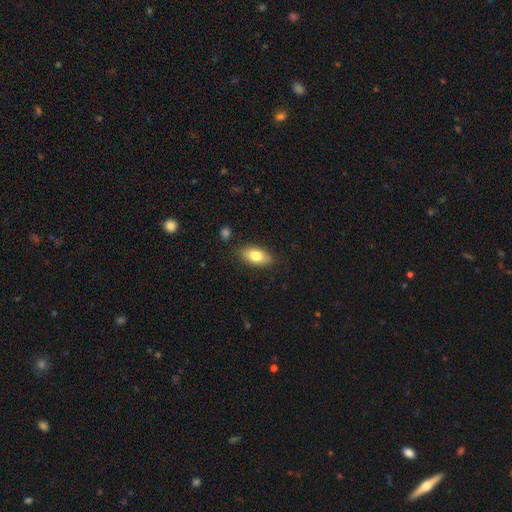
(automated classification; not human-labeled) Smooth or featured? Predicted: smooth (p=0.79). How rounded? Predicted: in between (p=0.89). Merging? Predicted: none (p=0.84).